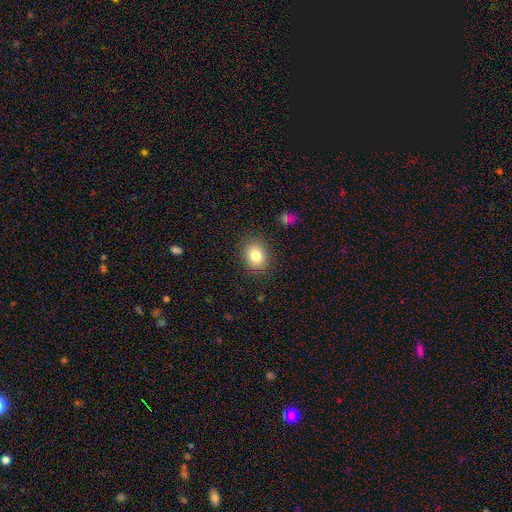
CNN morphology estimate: Overall: smooth (82%). How rounded: in between (52%; round 47%). Merging: none (86%).